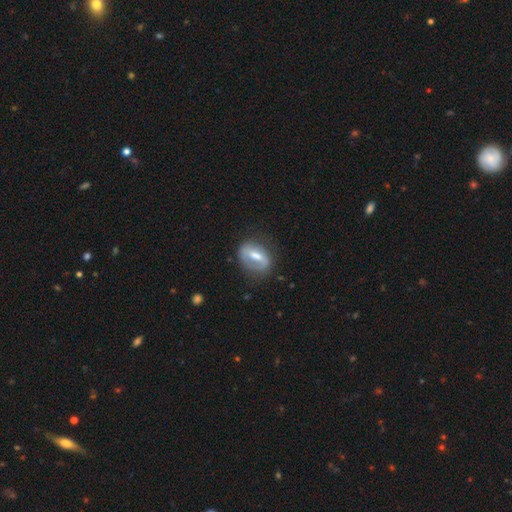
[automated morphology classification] featured or disk 51%, smooth 42%, star or artifact 7%. Down the decision tree: edge-on disk — no (93%); merging — none (58%).